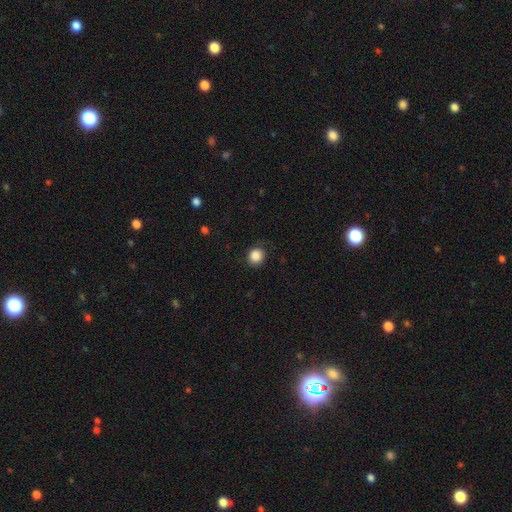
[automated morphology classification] A smooth galaxy with no disk features (87%) that is round (87%). Merging: none (82%).